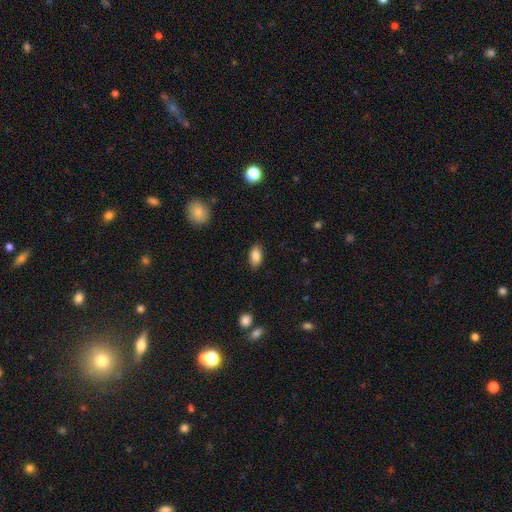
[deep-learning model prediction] Q: Smooth or featured?
A: smooth (86%); runner-up: star or artifact (8%)
Q: How rounded?
A: in between (91%); runner-up: round (5%)
Q: Merging?
A: none (86%); runner-up: minor disturbance (10%)